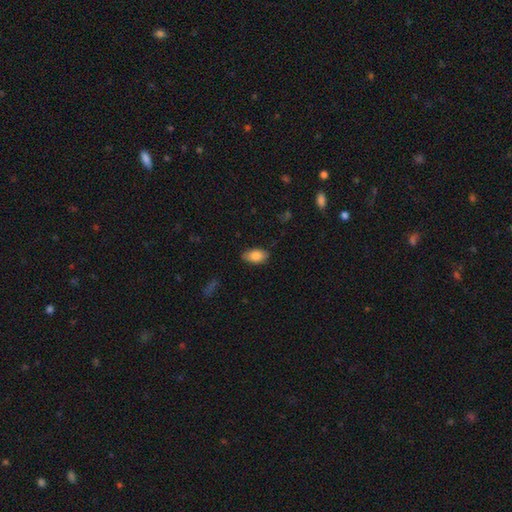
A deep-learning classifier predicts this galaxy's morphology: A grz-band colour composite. It shows a smooth galaxy with no disk features (85%) that is in between round and cigar-shaped (92%). Merging: none (83%).